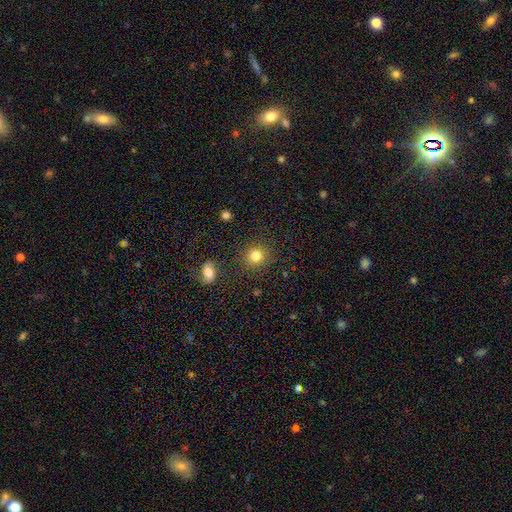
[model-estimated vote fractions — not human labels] Smooth or featured? smooth (82%)
How rounded? round (90%)
Merging? none (89%)